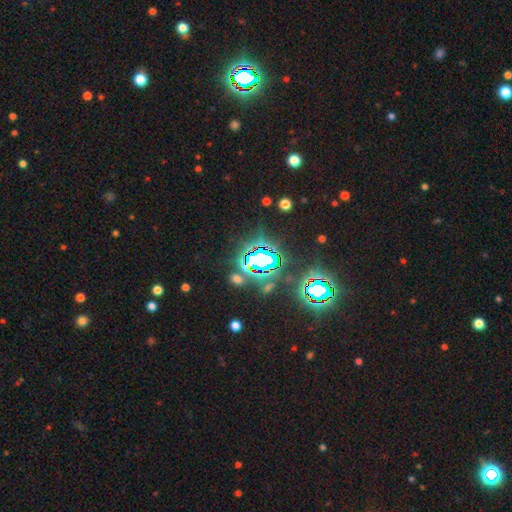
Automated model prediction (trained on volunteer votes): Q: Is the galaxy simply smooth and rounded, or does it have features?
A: star or artifact — 72%.